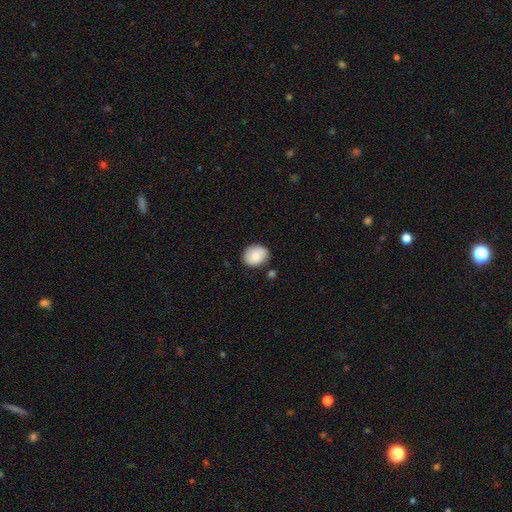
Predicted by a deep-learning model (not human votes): Morphology: type=smooth (82%); roundness=round (53%); merging=none (79%).